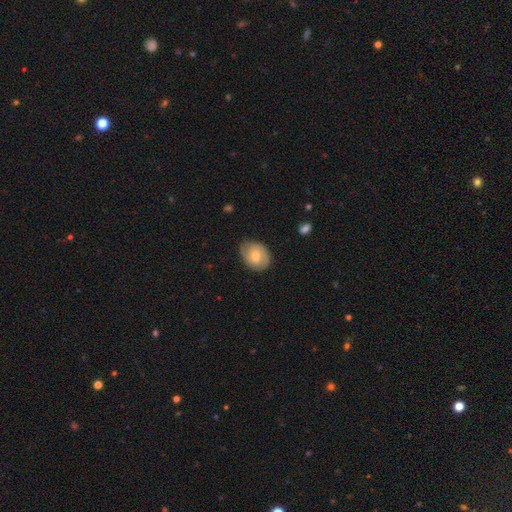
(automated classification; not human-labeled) Smooth or featured? featured or disk (51%)
Edge-on disk? no (97%)
Merging? none (78%)